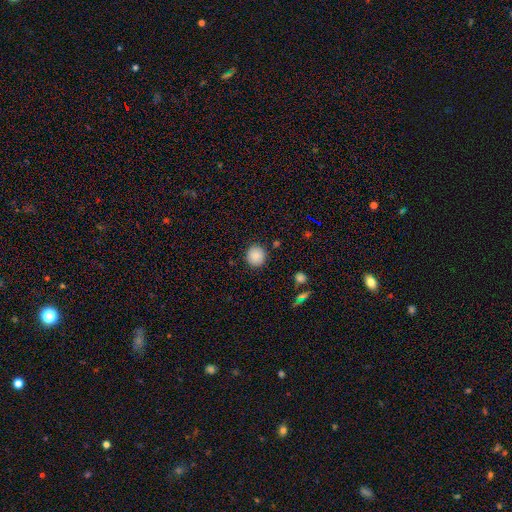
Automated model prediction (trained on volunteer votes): Smooth or featured: smooth — 87% (star or artifact — 9%)
How rounded: round — 91% (in between — 8%)
Merging: none — 90% (minor disturbance — 7%)